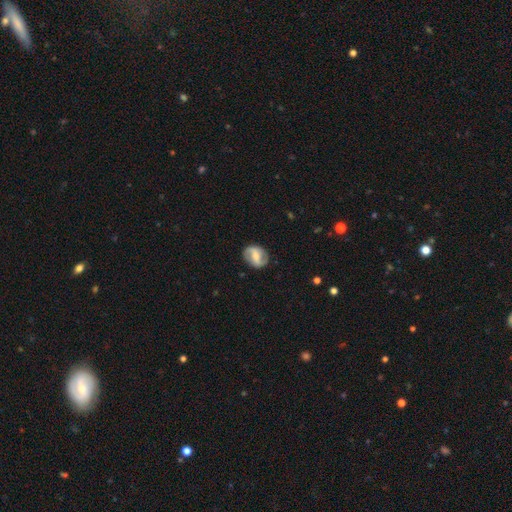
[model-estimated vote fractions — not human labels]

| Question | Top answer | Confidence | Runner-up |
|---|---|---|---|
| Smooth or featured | featured or disk | 70% | smooth (24%) |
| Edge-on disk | no | 97% | yes (3%) |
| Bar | weak | 41% | strong (38%) |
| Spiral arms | yes | 87% | no (13%) |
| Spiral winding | loose | 44% | medium (38%) |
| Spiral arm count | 2 | 90% | can't tell (5%) |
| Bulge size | moderate | 45% | small (39%) |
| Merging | none | 82% | minor disturbance (13%) |